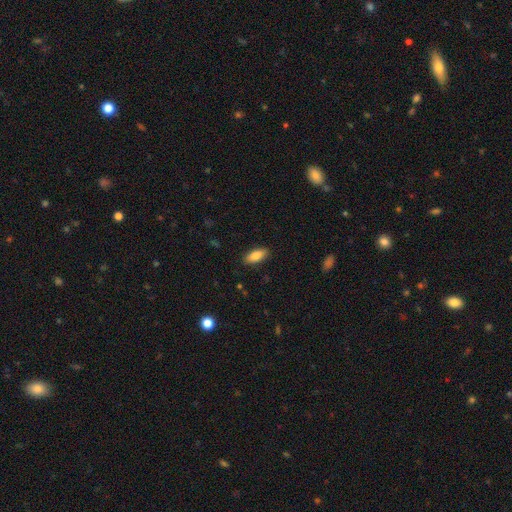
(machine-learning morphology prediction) Smooth or featured: smooth — 86% (featured or disk — 7%)
How rounded: in between — 85% (cigar-shaped — 13%)
Merging: none — 88% (minor disturbance — 9%)